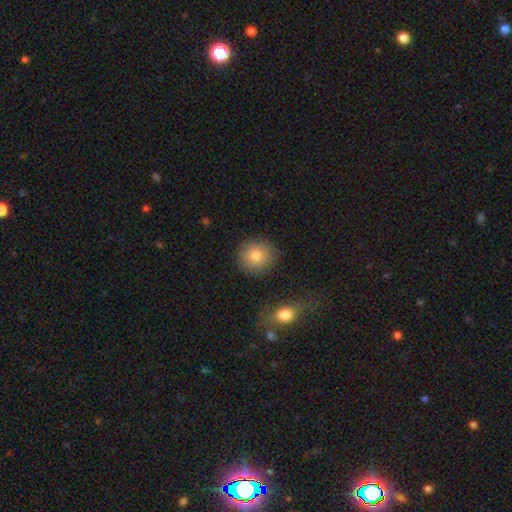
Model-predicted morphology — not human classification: A smooth galaxy with no disk features (81%) that is round (90%). Merging: none (86%).